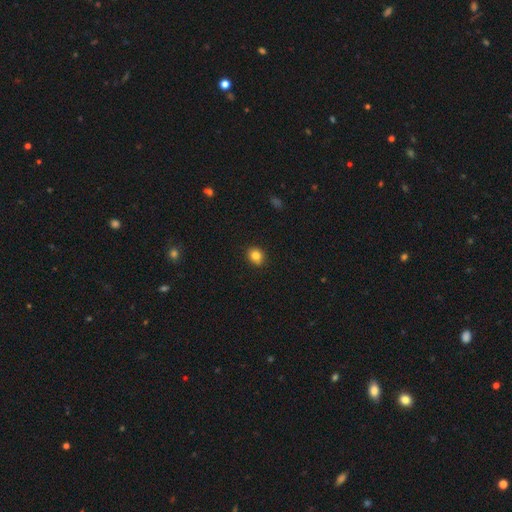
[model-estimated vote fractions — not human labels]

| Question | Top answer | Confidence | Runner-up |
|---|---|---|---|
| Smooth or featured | smooth | 83% | star or artifact (11%) |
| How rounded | round | 69% | in between (30%) |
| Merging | none | 89% | minor disturbance (8%) |